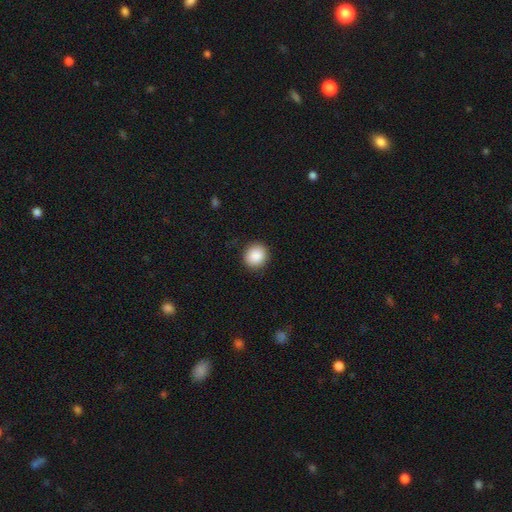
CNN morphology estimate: This is clearly a smooth galaxy (89%). How rounded: clearly round (87%). Merging: clearly none (89%).